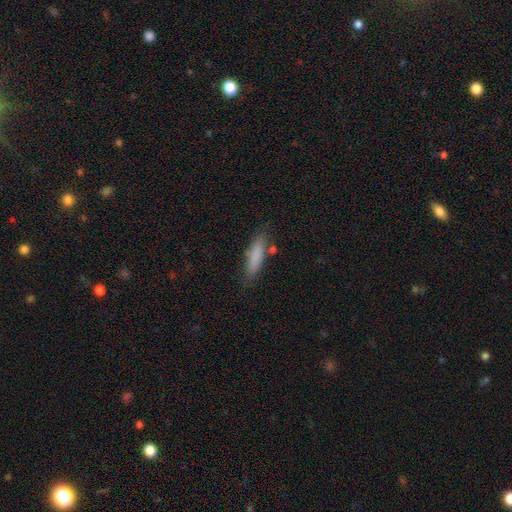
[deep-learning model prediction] smooth 82%, featured or disk 11%, star or artifact 7%. Down the decision tree: how rounded — cigar-shaped (69%); merging — none (77%).